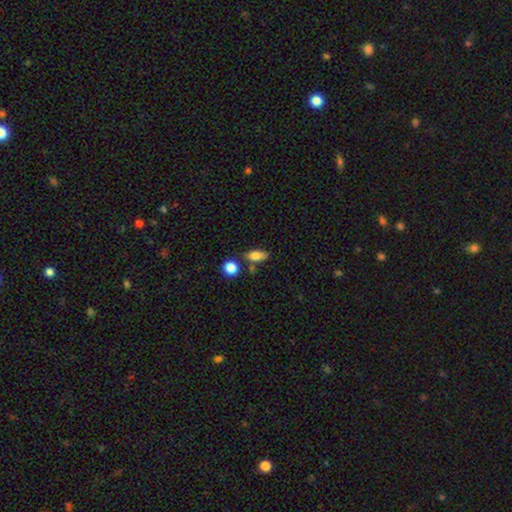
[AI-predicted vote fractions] This is clearly a smooth galaxy (82%). How rounded: clearly in between (81%). Merging: likely none (71%).